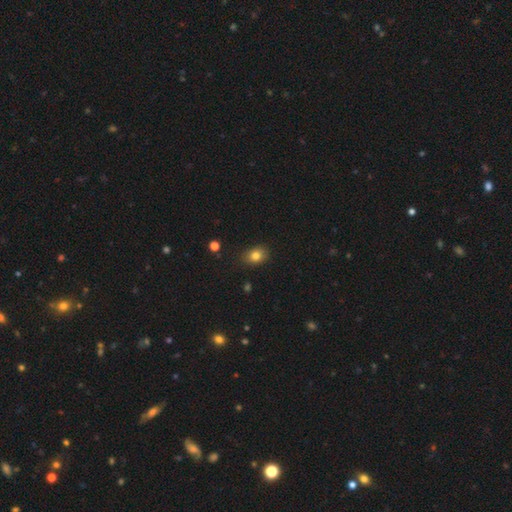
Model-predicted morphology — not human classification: This is clearly a smooth galaxy (81%). How rounded: likely in between (61%). Merging: clearly none (84%).